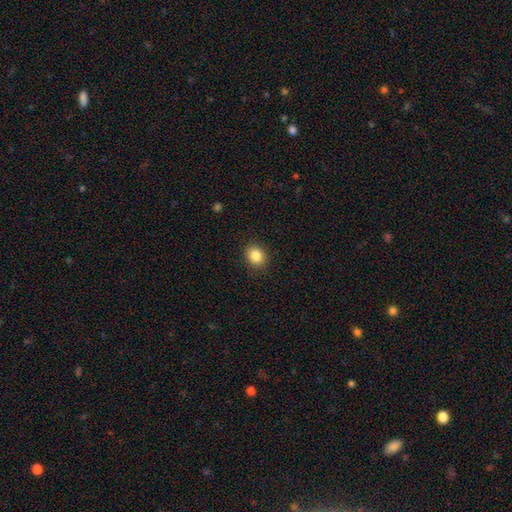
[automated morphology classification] The model was most divided on "how rounded": round: 65%, in between: 35%, cigar-shaped: 1%. More confident: merging — none (90%); smooth or featured — smooth (85%).